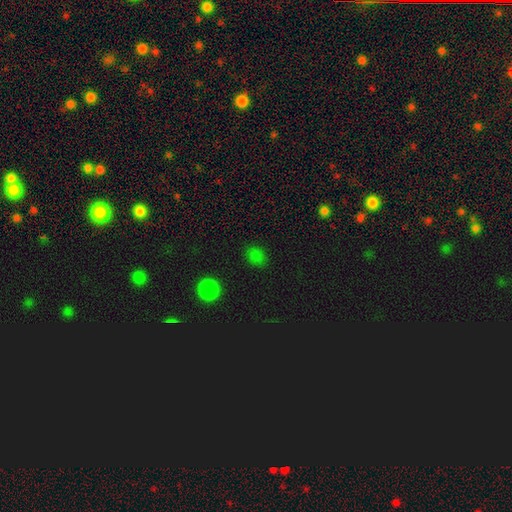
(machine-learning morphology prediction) Smooth or featured? smooth (74%)
How rounded? round (56%)
Merging? none (86%)